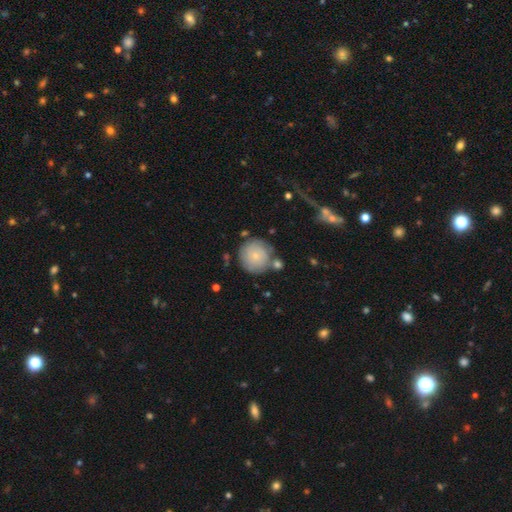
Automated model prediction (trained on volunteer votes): Smooth or featured: smooth — 68% (featured or disk — 25%)
How rounded: round — 93% (in between — 6%)
Merging: none — 72% (minor disturbance — 15%)